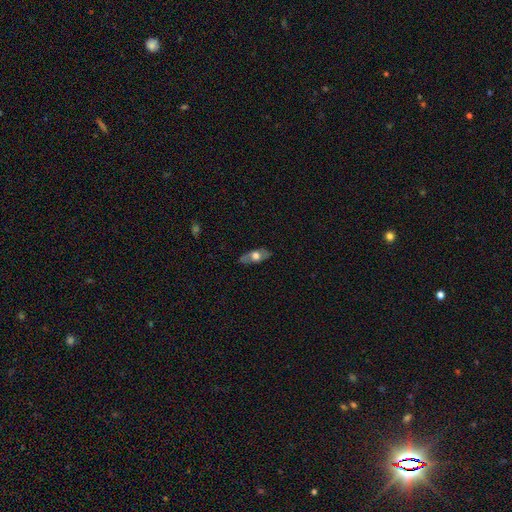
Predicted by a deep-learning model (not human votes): Q: Smooth or featured?
A: smooth (50%); runner-up: featured or disk (44%)
Q: Merging?
A: none (81%); runner-up: minor disturbance (14%)